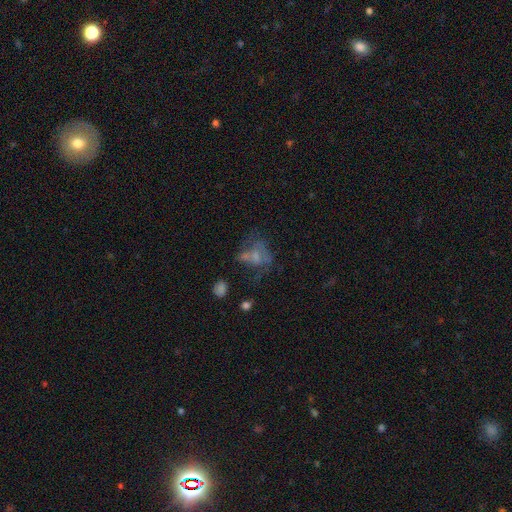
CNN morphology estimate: smooth_or_featured: smooth (p=0.45) [alt: featured or disk p=0.39]
merging: major disturbance (p=0.32) [alt: none p=0.26]